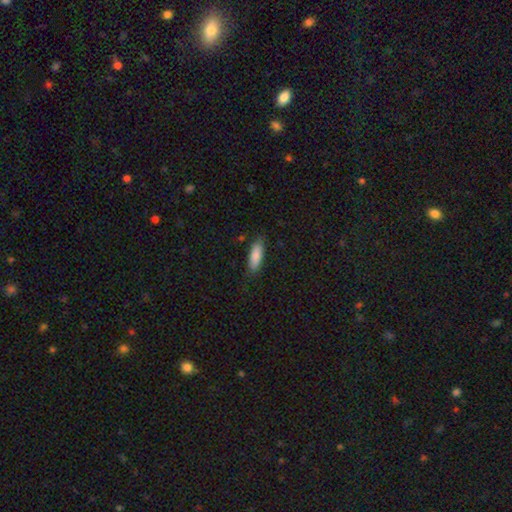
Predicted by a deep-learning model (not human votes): The model was most divided on "how rounded": in between: 59%, cigar-shaped: 40%, round: 2%. More confident: smooth or featured — smooth (87%); merging — none (82%).